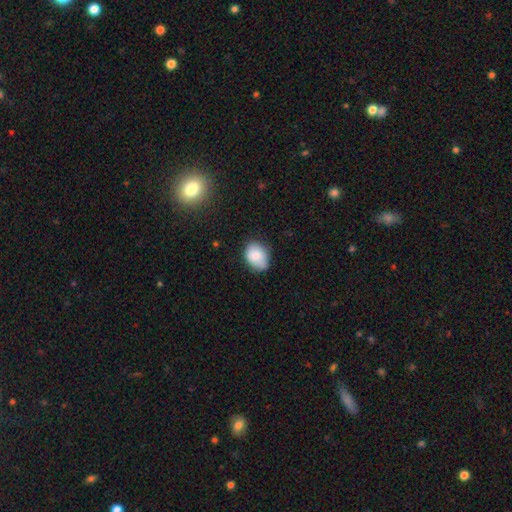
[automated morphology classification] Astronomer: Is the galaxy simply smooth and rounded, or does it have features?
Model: smooth — 81%.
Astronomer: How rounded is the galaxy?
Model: in between — 65%.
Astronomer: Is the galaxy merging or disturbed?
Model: none — 71%.